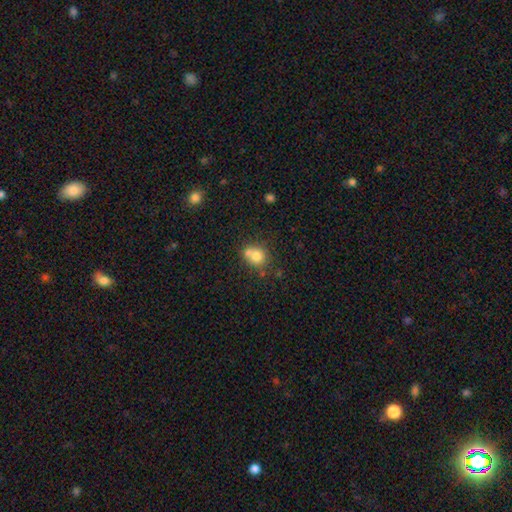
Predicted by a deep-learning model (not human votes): smooth-or-featured: smooth: 74% | featured or disk: 14% | star or artifact: 11%
  how-rounded: round: 77% | in between: 22% | cigar-shaped: 1%
  merging: none: 43% | merger: 42% | minor disturbance: 11% | major disturbance: 4%